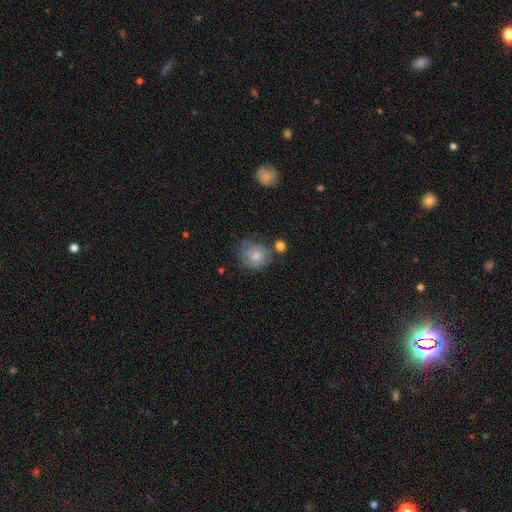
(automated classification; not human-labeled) A featured or disk galaxy (63%) with no bar (63%), 2 (40%) tight (60%) spiral arms (88%) and a moderate central bulge (45%). Merging: none (60%).